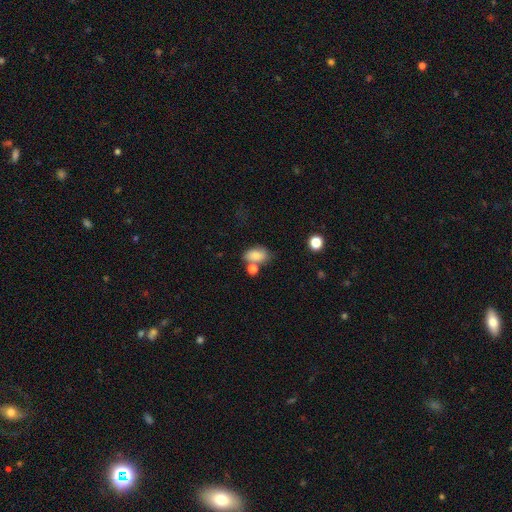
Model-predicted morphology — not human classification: smooth 82%, star or artifact 9%, featured or disk 9%. Down the decision tree: how rounded — in between (87%); merging — none (52%).